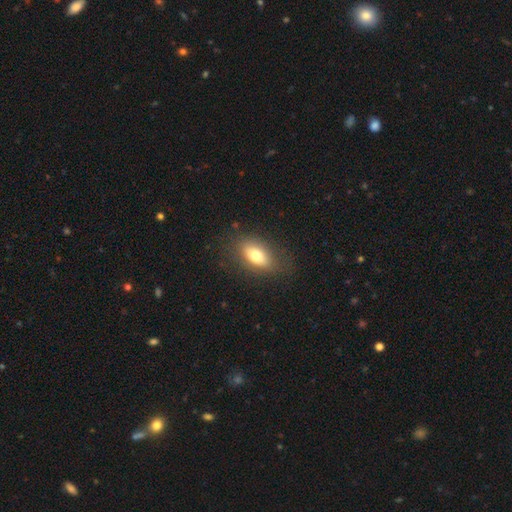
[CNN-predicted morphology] A smooth galaxy with no disk features (73%) that is in between round and cigar-shaped (85%). Merging: none (80%).